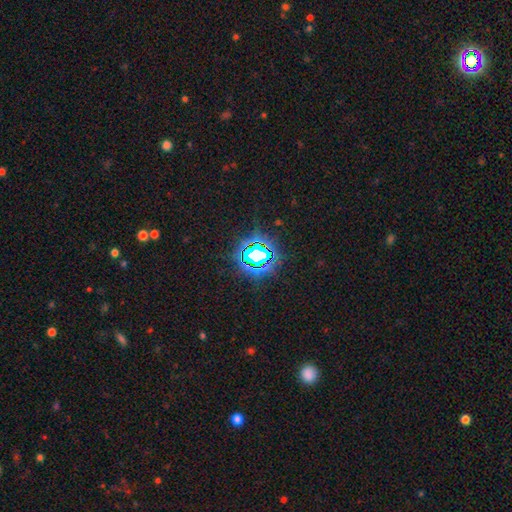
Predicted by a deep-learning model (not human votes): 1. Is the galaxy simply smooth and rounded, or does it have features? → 82% star or artifact, 11% smooth, 7% featured or disk.